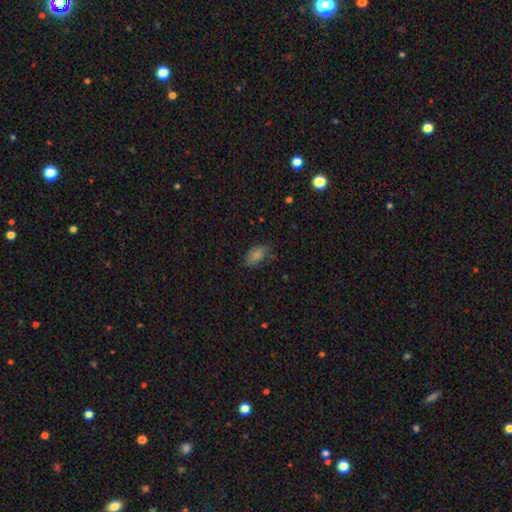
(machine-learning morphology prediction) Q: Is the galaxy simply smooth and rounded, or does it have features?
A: smooth — 71%.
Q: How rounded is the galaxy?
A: in between — 89%.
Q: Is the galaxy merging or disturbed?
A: none — 74%.